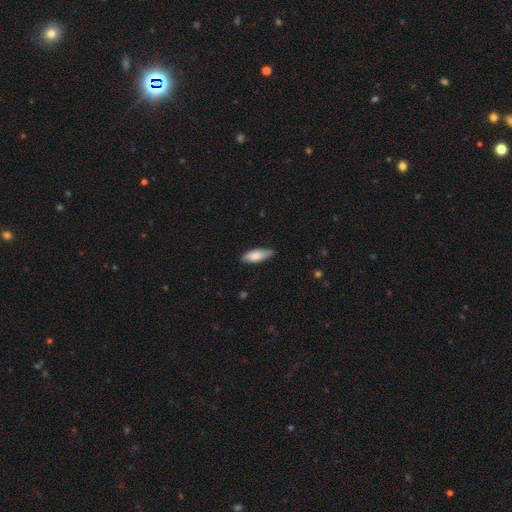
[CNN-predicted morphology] smooth_or_featured: smooth (p=0.82) [alt: featured or disk p=0.13]
how_rounded: in between (p=0.73) [alt: cigar-shaped p=0.25]
merging: none (p=0.79) [alt: minor disturbance p=0.18]